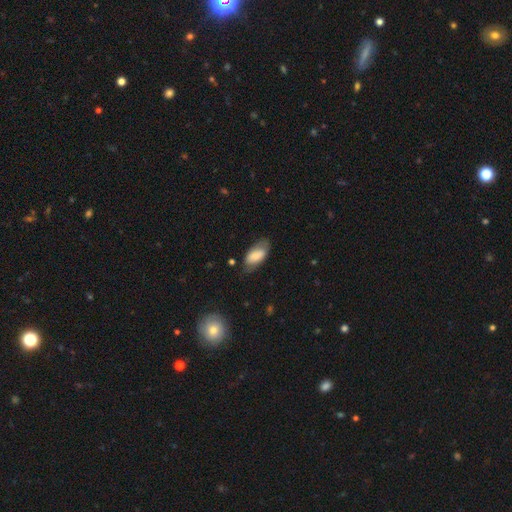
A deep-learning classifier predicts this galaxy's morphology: smooth-or-featured: smooth: 74% | featured or disk: 19% | star or artifact: 7%
  how-rounded: in between: 90% | cigar-shaped: 7% | round: 3%
  merging: none: 64% | minor disturbance: 25% | major disturbance: 9% | merger: 2%